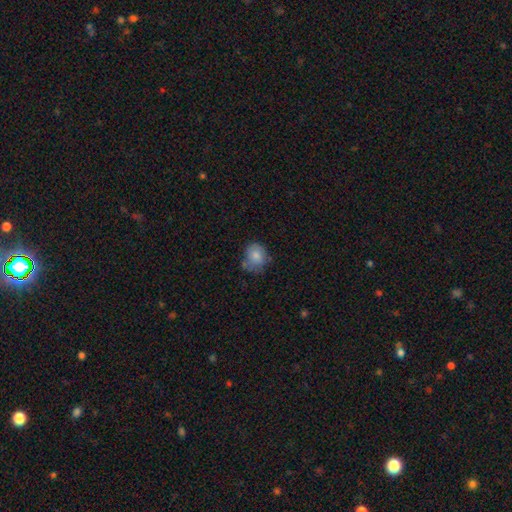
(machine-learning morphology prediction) smooth_or_featured: smooth (p=0.79) [alt: featured or disk p=0.13]
how_rounded: round (p=0.62) [alt: in between p=0.37]
merging: none (p=0.54) [alt: minor disturbance p=0.29]